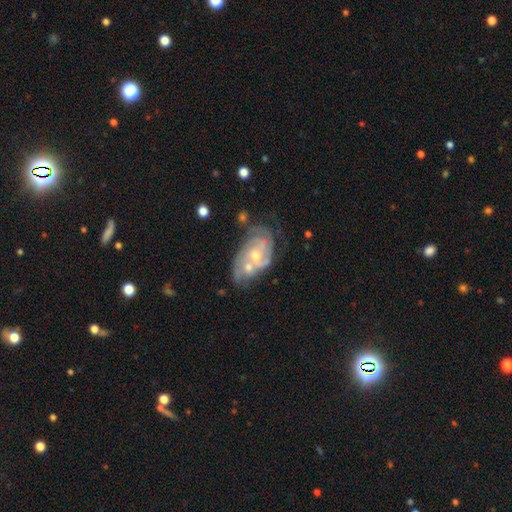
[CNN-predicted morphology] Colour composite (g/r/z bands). It shows a featured or disk galaxy (80%) with no bar (64%), 2 (33%) tight (53%) spiral arms (89%) and a moderate central bulge (53%). Merging: merger (37%).